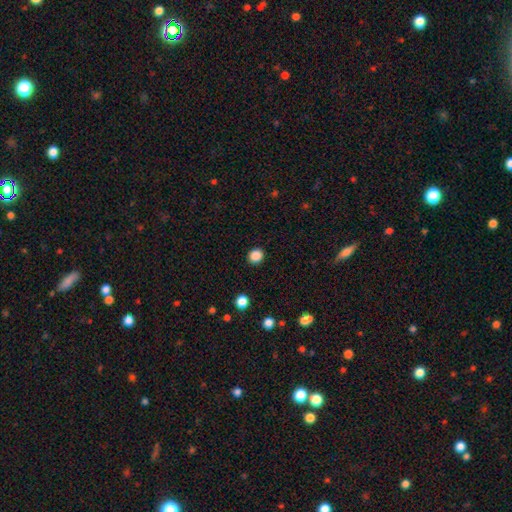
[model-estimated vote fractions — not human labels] This is clearly a smooth galaxy (87%). How rounded: clearly round (83%). Merging: clearly none (92%).